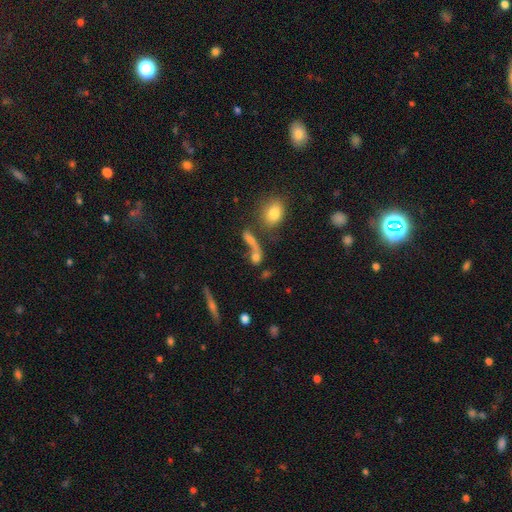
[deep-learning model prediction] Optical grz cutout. It shows a smooth galaxy with no disk features (57%) that is in between round and cigar-shaped (45%). Merging: merger (43%).